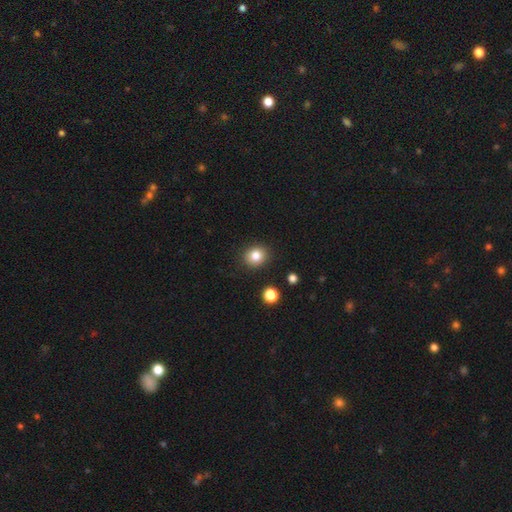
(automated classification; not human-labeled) Morphology: type=smooth (83%); roundness=round (76%); merging=none (89%).